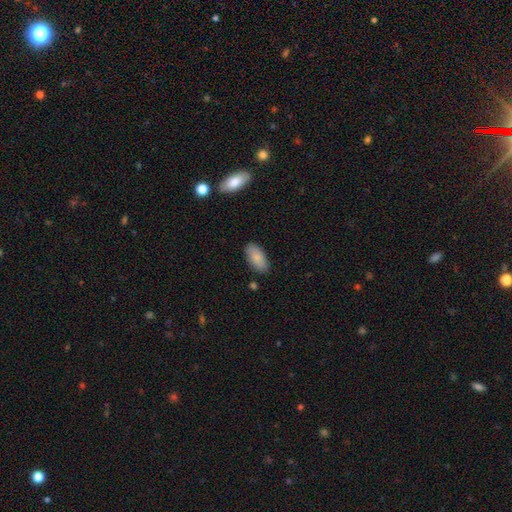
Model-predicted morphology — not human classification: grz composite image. It shows a smooth galaxy with no disk features (85%) that is in between round and cigar-shaped (93%). Merging: none (84%).